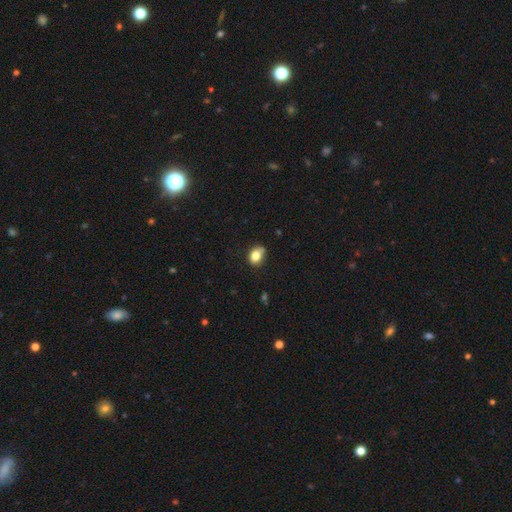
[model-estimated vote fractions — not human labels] smooth_or_featured: smooth (p=0.80) [alt: featured or disk p=0.10]
how_rounded: in between (p=0.65) [alt: round p=0.33]
merging: none (p=0.58) [alt: minor disturbance p=0.30]